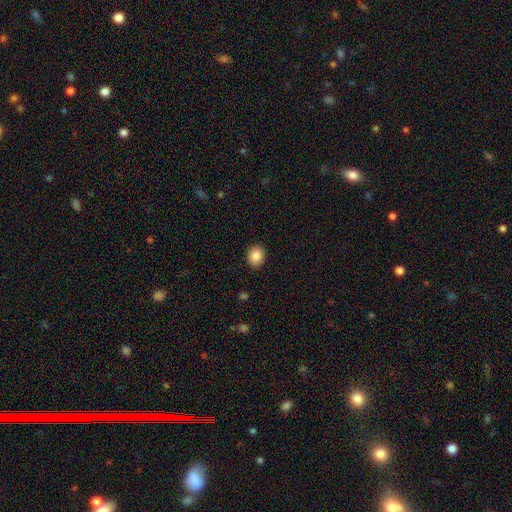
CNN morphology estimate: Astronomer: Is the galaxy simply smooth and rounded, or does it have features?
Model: smooth — 86%.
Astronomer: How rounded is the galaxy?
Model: round — 66%.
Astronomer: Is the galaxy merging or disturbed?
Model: none — 90%.